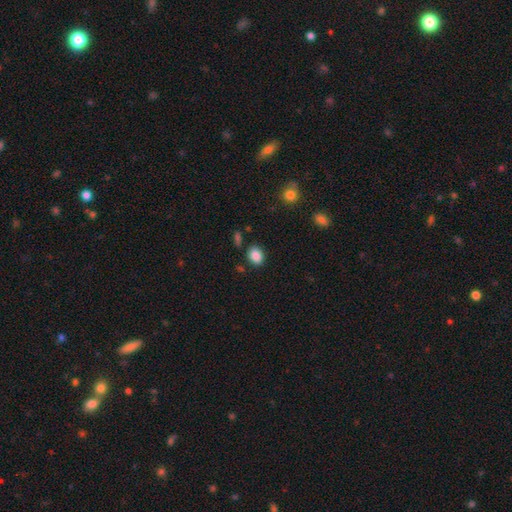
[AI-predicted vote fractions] A smooth galaxy with no disk features (87%) that is in between round and cigar-shaped (61%).

Vote fractions:
- Smooth or featured? smooth: 87% / star or artifact: 9% / featured or disk: 4%
- How rounded? in between: 61% / round: 38% / cigar-shaped: 1%
- Merging? none: 82% / minor disturbance: 11% / merger: 4% / major disturbance: 3%